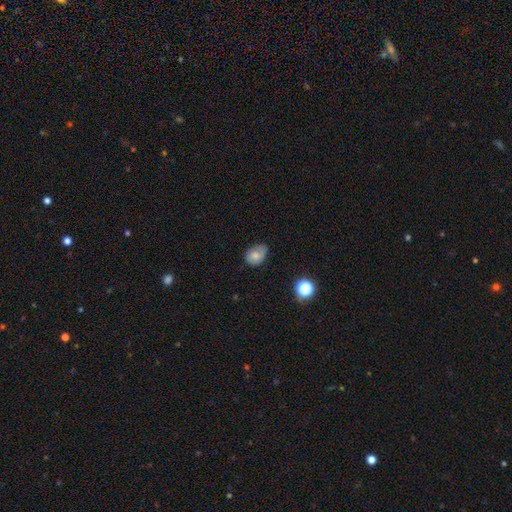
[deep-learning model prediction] A smooth galaxy with no disk features (72%) that is in between round and cigar-shaped (64%).

Vote fractions:
- Smooth or featured? smooth: 72% / featured or disk: 17% / star or artifact: 11%
- How rounded? in between: 64% / round: 35% / cigar-shaped: 1%
- Merging? none: 49% / minor disturbance: 39% / major disturbance: 10% / merger: 2%